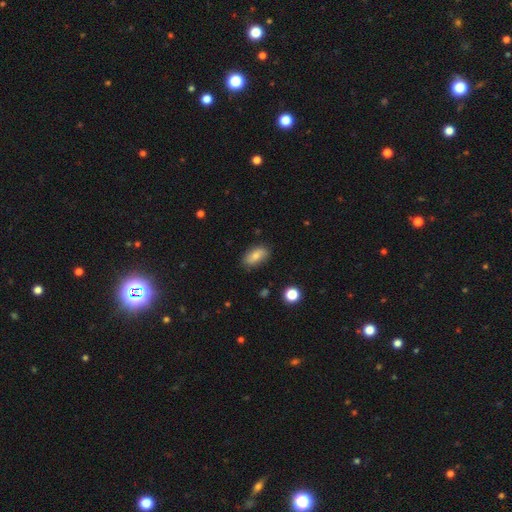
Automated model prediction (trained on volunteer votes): smooth 76%, featured or disk 16%, star or artifact 8%. Down the decision tree: how rounded — in between (88%); merging — none (84%).